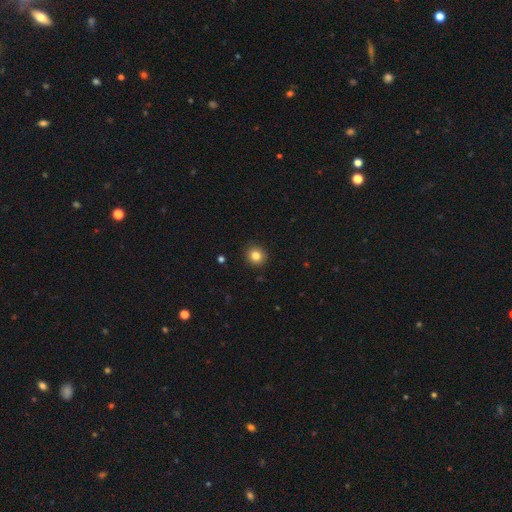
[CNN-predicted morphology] Smooth or featured? Predicted: smooth (p=0.83). How rounded? Predicted: round (p=0.91). Merging? Predicted: none (p=0.92).